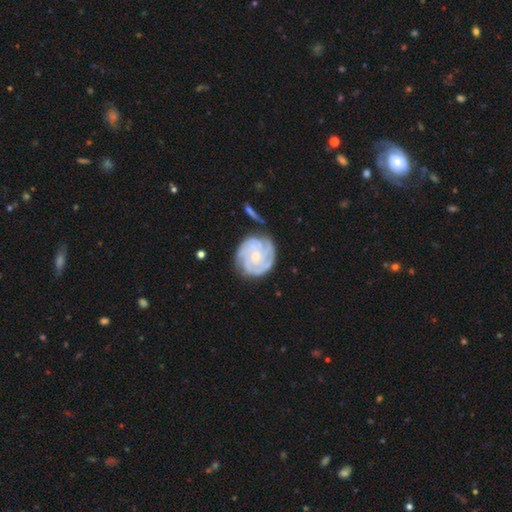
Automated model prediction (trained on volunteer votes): featured or disk 82%, smooth 14%, star or artifact 5%. Down the decision tree: edge-on disk — no (98%); bar — no (75%); spiral arms — yes (94%); spiral arm count — 3 (28%, tied with can't tell); spiral winding — tight (73%); bulge size — small (53%); merging — none (73%).